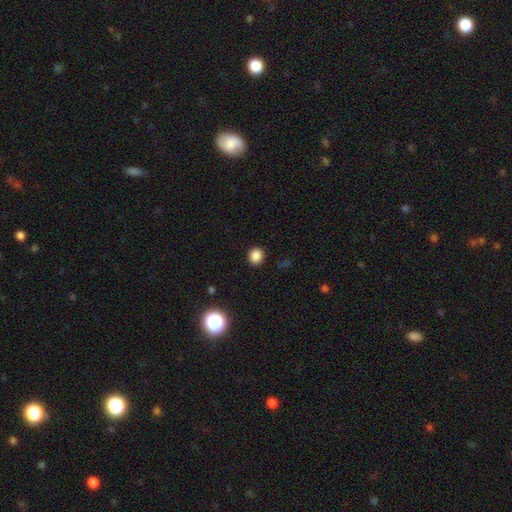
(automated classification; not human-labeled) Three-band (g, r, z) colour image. It shows a smooth galaxy with no disk features (86%) that is round (82%). Merging: none (91%).